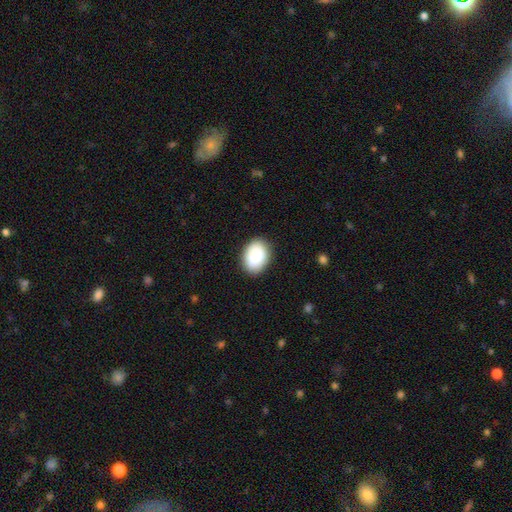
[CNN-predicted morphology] This appears to be a smooth galaxy with no disk features (86%) that is in between round and cigar-shaped (74%). Merging: none (87%).